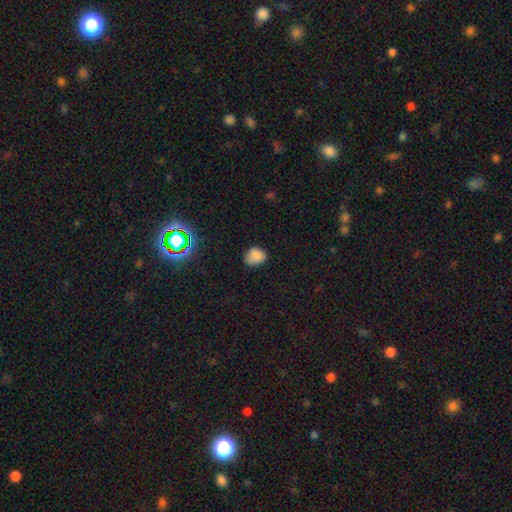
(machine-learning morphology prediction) type=smooth (81%); roundness=round (51%); merging=none (71%).